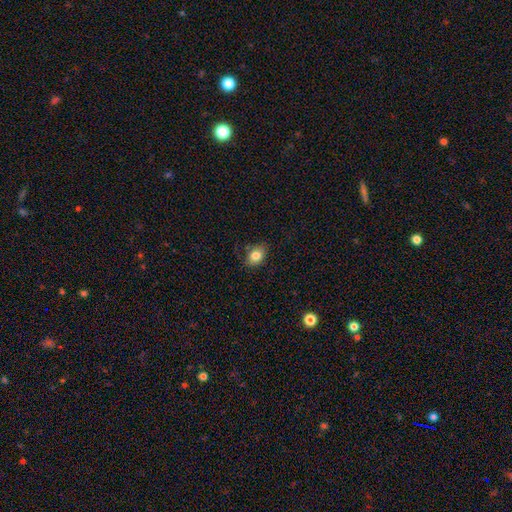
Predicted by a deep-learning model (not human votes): smooth_or_featured: smooth (p=0.81) [alt: star or artifact p=0.09]
how_rounded: in between (p=0.72) [alt: round p=0.27]
merging: none (p=0.75) [alt: minor disturbance p=0.19]